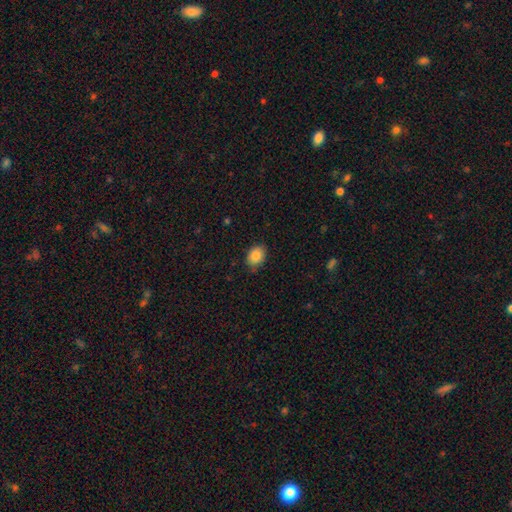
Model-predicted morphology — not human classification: A smooth galaxy with no disk features (86%) that is in between round and cigar-shaped (65%). Merging: none (81%).